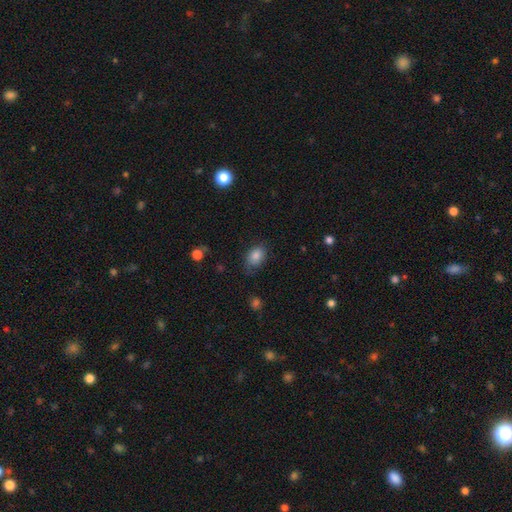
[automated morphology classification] The model was most divided on "merging": none: 71%, minor disturbance: 23%, major disturbance: 5%, merger: 2%. More confident: smooth or featured — smooth (84%); how rounded — in between (81%).